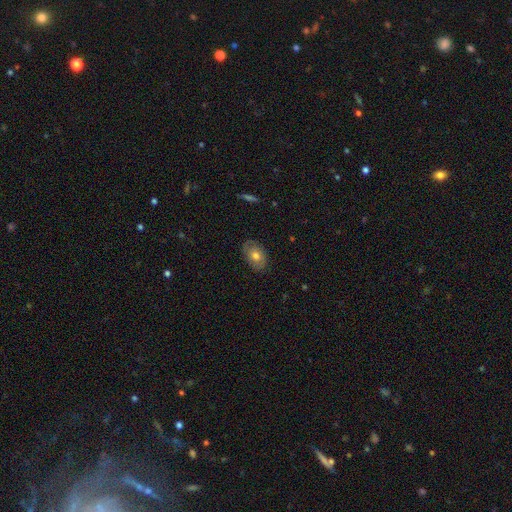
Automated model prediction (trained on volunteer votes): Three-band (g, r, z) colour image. It shows a smooth galaxy with no disk features (55%) that is in between round and cigar-shaped (85%). Merging: none (81%).